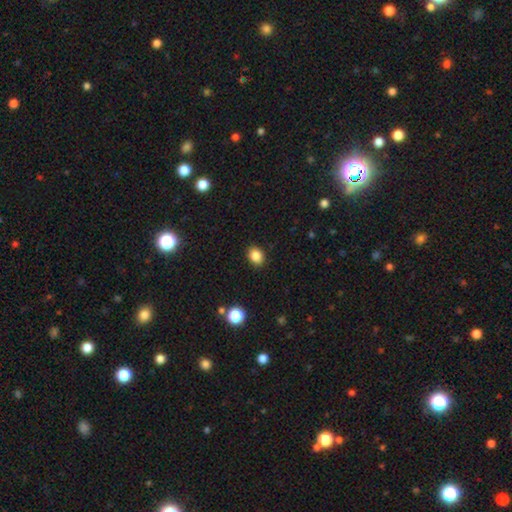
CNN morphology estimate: Smooth or featured: smooth — 85% (star or artifact — 10%)
How rounded: in between — 53% (round — 46%)
Merging: none — 90% (minor disturbance — 7%)